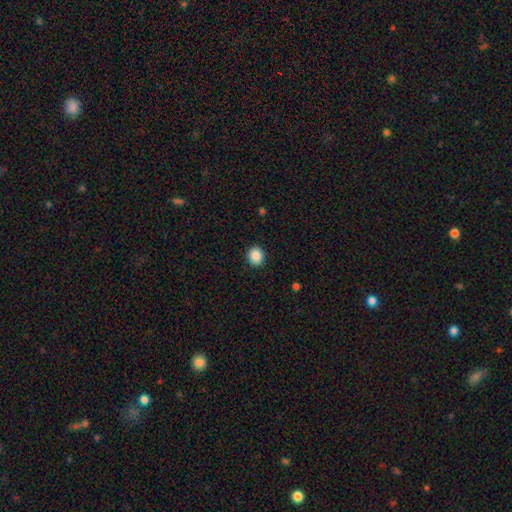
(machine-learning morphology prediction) Smooth or featured: smooth — 88% (star or artifact — 9%)
How rounded: round — 73% (in between — 26%)
Merging: none — 91% (minor disturbance — 6%)